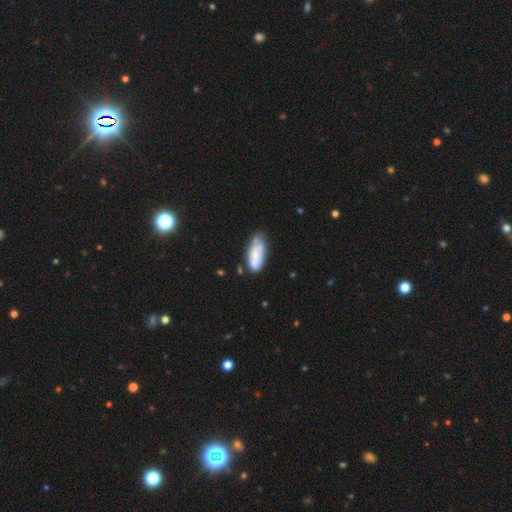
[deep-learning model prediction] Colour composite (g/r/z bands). It shows a smooth galaxy with no disk features (57%) that is in between round and cigar-shaped (84%). Merging: none (51%).